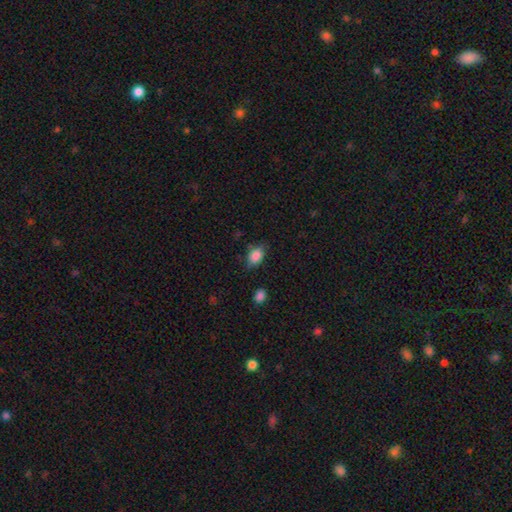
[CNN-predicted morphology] A smooth galaxy with no disk features (86%) that is in between round and cigar-shaped (84%). Merging: none (70%).